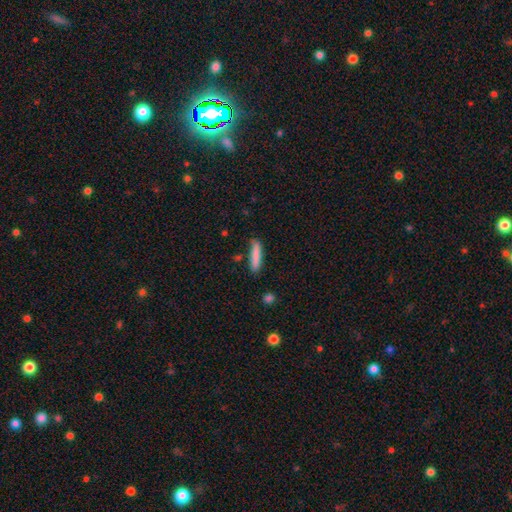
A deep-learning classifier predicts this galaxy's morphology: Smooth or featured: smooth — 84% (featured or disk — 10%)
How rounded: cigar-shaped — 87% (in between — 12%)
Merging: none — 79% (minor disturbance — 15%)